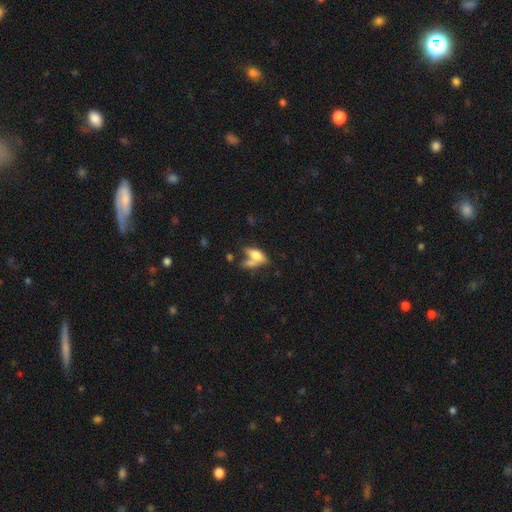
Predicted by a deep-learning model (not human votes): smooth_or_featured: smooth (p=0.61) [alt: featured or disk p=0.29]
how_rounded: in between (p=0.70) [alt: cigar-shaped p=0.24]
merging: merger (p=0.37) [alt: none p=0.35]